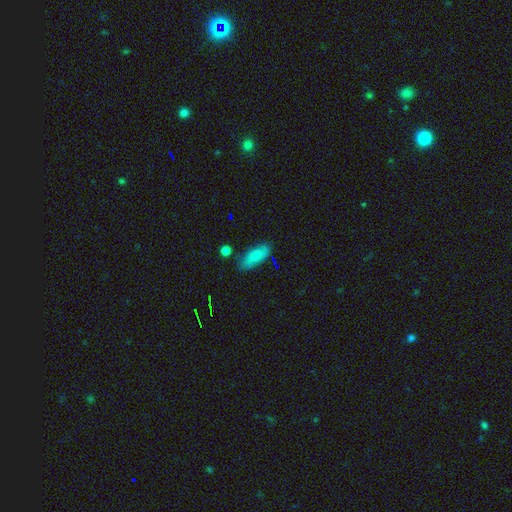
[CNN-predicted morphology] Smooth or featured?
  - smooth: 82% *
  - featured or disk: 10%
  - star or artifact: 8%
How rounded?
  - in between: 74% *
  - cigar-shaped: 24%
  - round: 2%
Merging?
  - none: 76% *
  - minor disturbance: 17%
  - major disturbance: 4%
  - merger: 3%